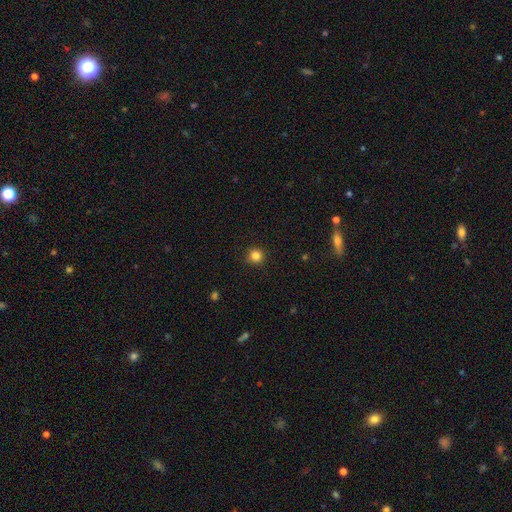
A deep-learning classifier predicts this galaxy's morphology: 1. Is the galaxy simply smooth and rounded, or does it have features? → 83% smooth, 12% star or artifact, 4% featured or disk.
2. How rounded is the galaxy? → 94% round, 5% in between, 1% cigar-shaped.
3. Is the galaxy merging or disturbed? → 91% none, 7% minor disturbance, 2% major disturbance, 1% merger.